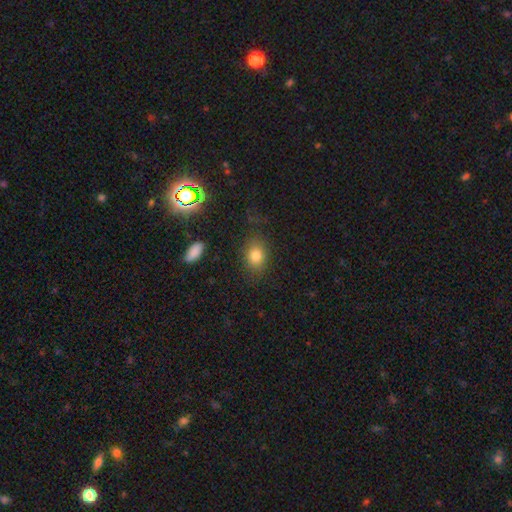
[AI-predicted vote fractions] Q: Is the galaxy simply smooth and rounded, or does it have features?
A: smooth — 80%.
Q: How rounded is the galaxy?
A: in between — 62%.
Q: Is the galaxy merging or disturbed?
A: none — 79%.